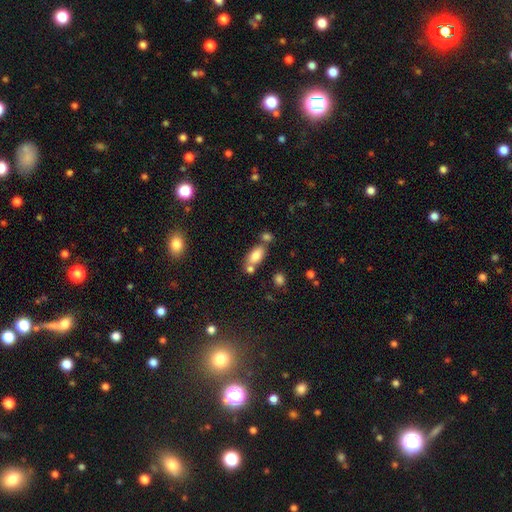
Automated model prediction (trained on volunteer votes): This appears to be a smooth galaxy with no disk features (79%) that is in between round and cigar-shaped (88%). Merging: none (53%).